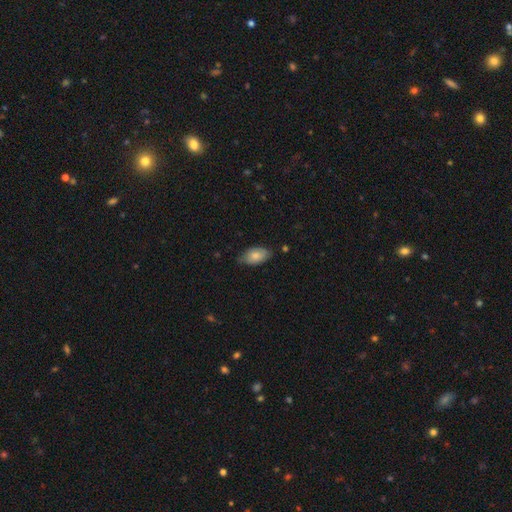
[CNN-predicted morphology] Smooth or featured?
  - smooth: 77% *
  - featured or disk: 16%
  - star or artifact: 6%
How rounded?
  - in between: 94% *
  - round: 4%
  - cigar-shaped: 3%
Merging?
  - none: 69% *
  - minor disturbance: 26%
  - major disturbance: 4%
  - merger: 1%